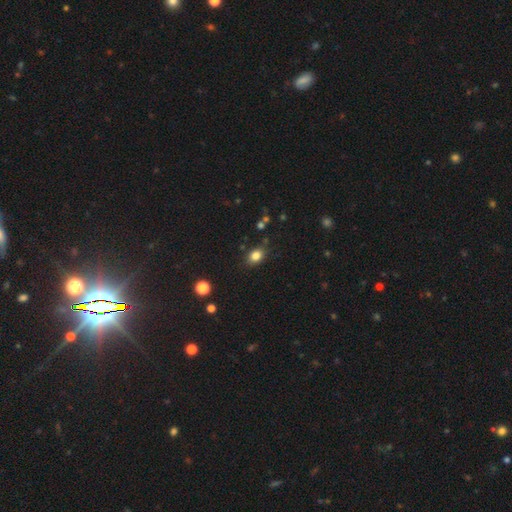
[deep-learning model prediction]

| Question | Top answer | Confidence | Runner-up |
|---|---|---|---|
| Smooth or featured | smooth | 83% | star or artifact (11%) |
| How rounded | in between | 63% | round (35%) |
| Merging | none | 82% | minor disturbance (13%) |